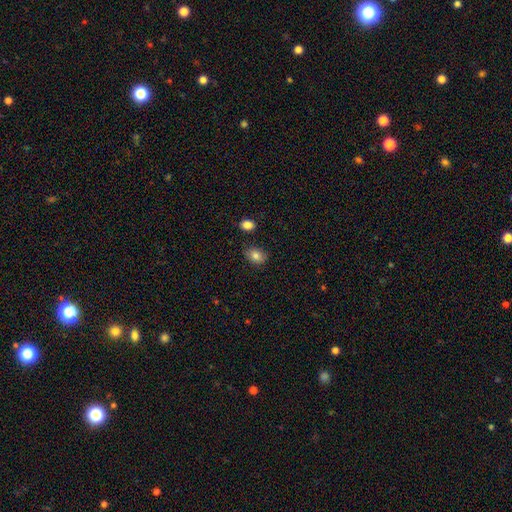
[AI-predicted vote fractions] Smooth or featured? Predicted: smooth (p=0.82). How rounded? Predicted: in between (p=0.67). Merging? Predicted: none (p=0.80).